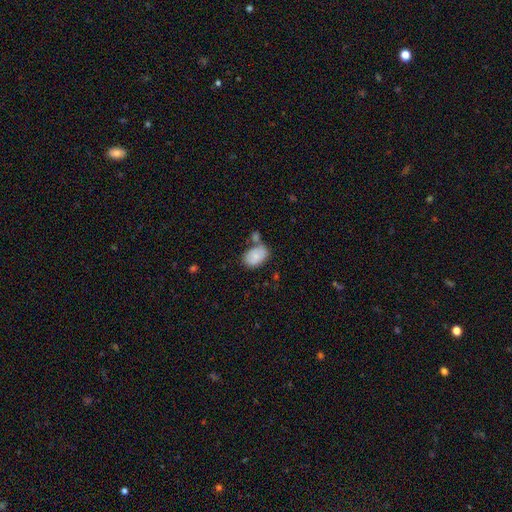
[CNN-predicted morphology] The model was most divided on "merging": none: 47%, merger: 25%, minor disturbance: 21%, major disturbance: 7%. More confident: how rounded — in between (86%); smooth or featured — smooth (75%).